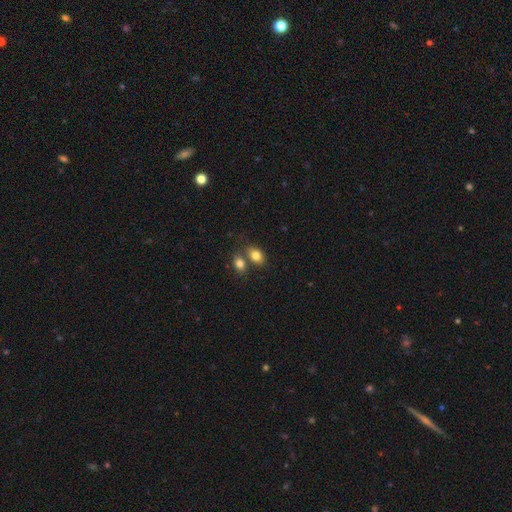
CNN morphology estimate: Q: Smooth or featured?
A: smooth (82%); runner-up: featured or disk (9%)
Q: How rounded?
A: in between (81%); runner-up: round (17%)
Q: Merging?
A: none (49%); runner-up: merger (36%)